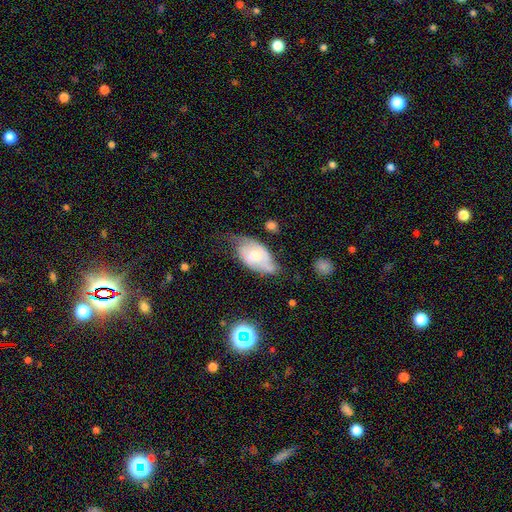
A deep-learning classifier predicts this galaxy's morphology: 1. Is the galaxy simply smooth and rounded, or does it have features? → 55% featured or disk, 38% smooth, 7% star or artifact.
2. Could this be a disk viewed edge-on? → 91% no, 9% yes.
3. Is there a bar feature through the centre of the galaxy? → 67% no, 28% weak, 5% strong.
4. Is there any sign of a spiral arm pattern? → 74% yes, 26% no.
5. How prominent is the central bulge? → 49% moderate, 40% small, 6% large, 4% none, 1% dominant.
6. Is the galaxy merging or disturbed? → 39% minor disturbance, 35% none, 21% major disturbance, 4% merger.